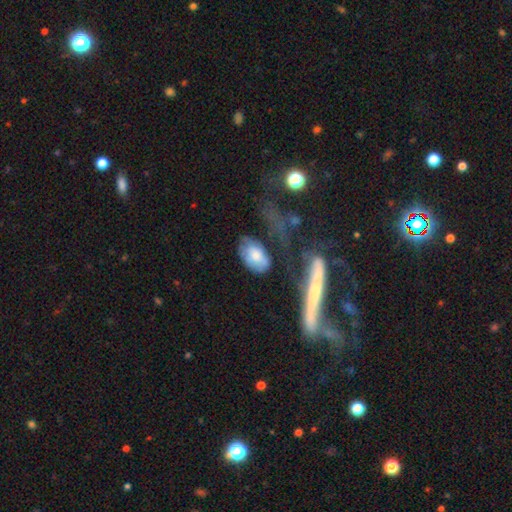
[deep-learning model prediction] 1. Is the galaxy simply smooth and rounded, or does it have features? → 66% smooth, 27% featured or disk, 7% star or artifact.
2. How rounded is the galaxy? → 88% in between, 8% round, 4% cigar-shaped.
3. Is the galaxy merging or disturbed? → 43% none, 26% minor disturbance, 20% major disturbance, 11% merger.